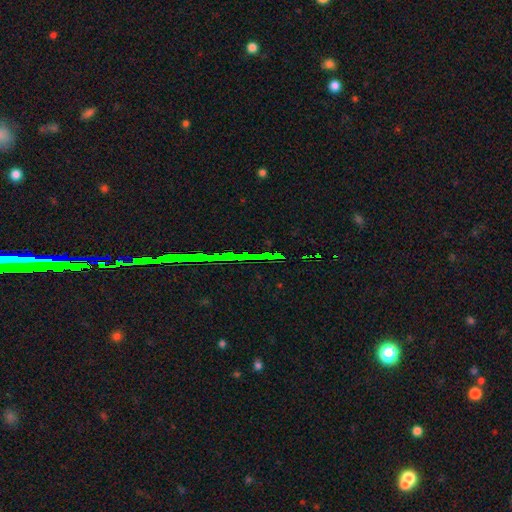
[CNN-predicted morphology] Smooth or featured? star or artifact (80%)